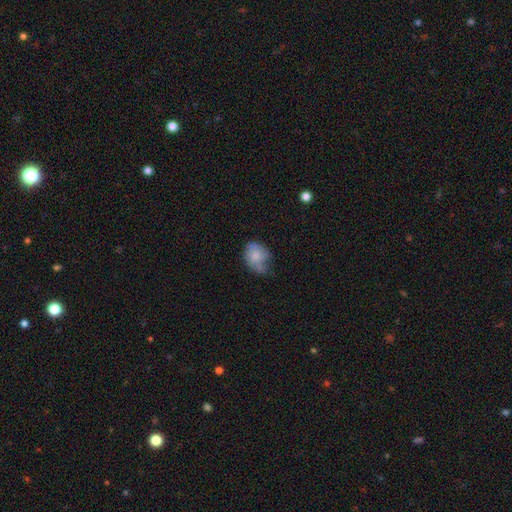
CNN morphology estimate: smooth 64%, featured or disk 28%, star or artifact 8%. Down the decision tree: how rounded — in between (55%); merging — minor disturbance (40%).